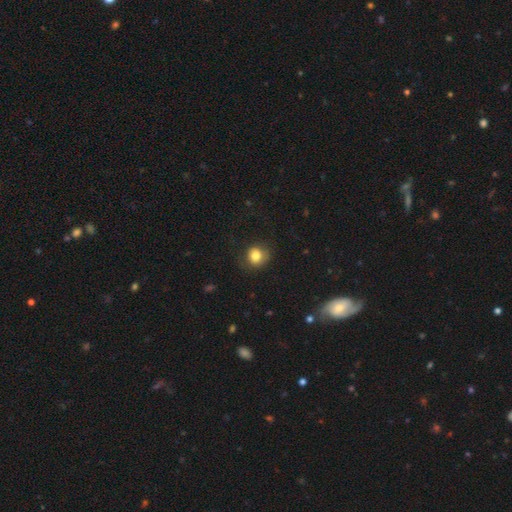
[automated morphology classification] Smooth or featured: smooth — 81% (star or artifact — 10%)
How rounded: round — 81% (in between — 18%)
Merging: none — 75% (minor disturbance — 16%)